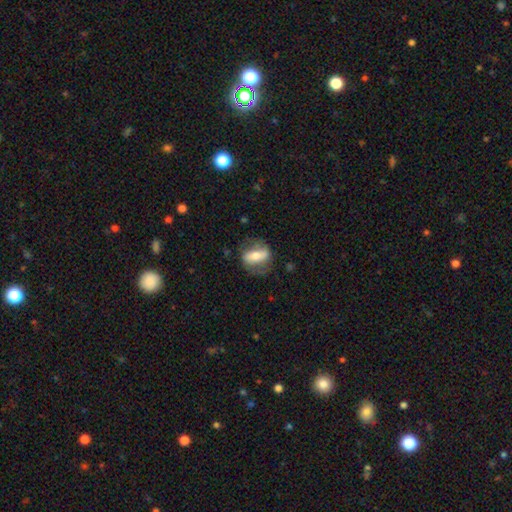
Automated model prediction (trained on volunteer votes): smooth-or-featured: featured or disk: 54% | smooth: 40% | star or artifact: 6%
  disk-edge-on: no: 80% | yes: 20%
  merging: none: 69% | minor disturbance: 19% | major disturbance: 11% | merger: 2%